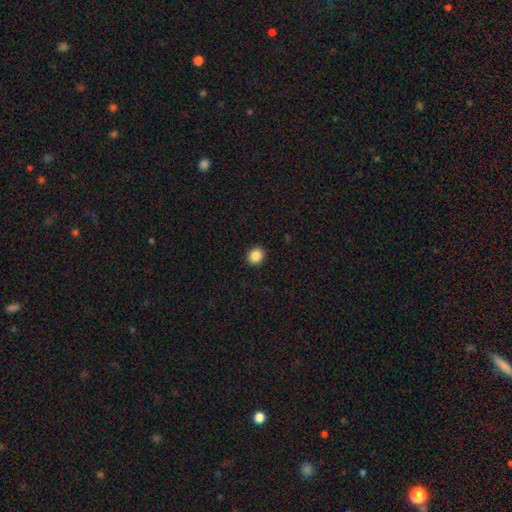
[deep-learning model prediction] Morphology: type=smooth (87%); roundness=round (86%); merging=none (92%).